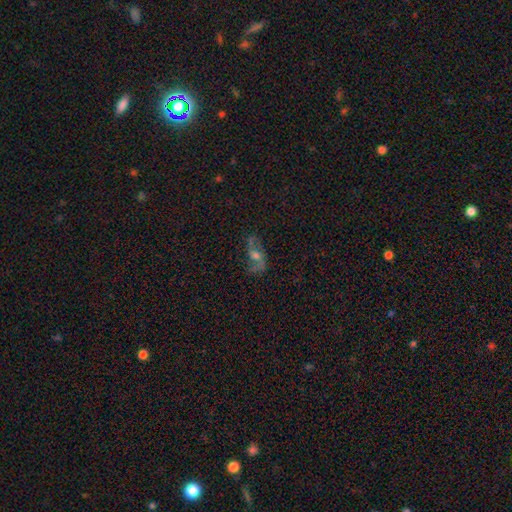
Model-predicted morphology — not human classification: Smooth or featured?
  - featured or disk: 74% *
  - smooth: 14%
  - star or artifact: 12%
Edge-on disk?
  - no: 92% *
  - yes: 8%
Bar?
  - no: 48% *
  - weak: 38%
  - strong: 15%
Spiral arms?
  - yes: 91% *
  - no: 9%
Spiral winding?
  - loose: 68% *
  - medium: 25%
  - tight: 7%
Spiral arm count?
  - 2: 90% *
  - can't tell: 4%
  - 1: 3%
  - 3: 1%
  - 4: 1%
  - more than 4: 1%
Bulge size?
  - moderate: 59% *
  - small: 24%
  - large: 11%
  - none: 5%
  - dominant: 2%
Merging?
  - none: 70% *
  - minor disturbance: 16%
  - major disturbance: 12%
  - merger: 2%